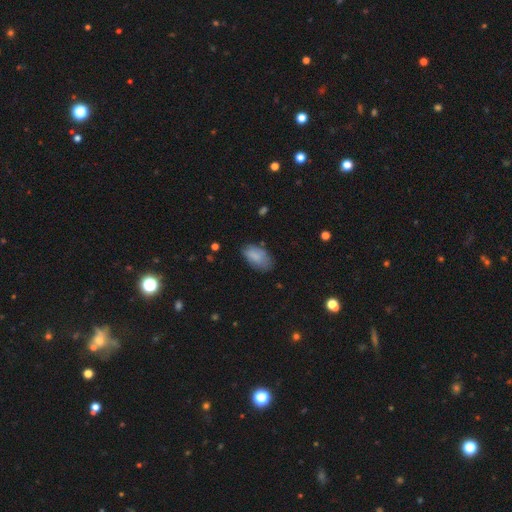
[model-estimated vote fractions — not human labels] Smooth or featured? smooth (83%)
How rounded? in between (94%)
Merging? none (63%)